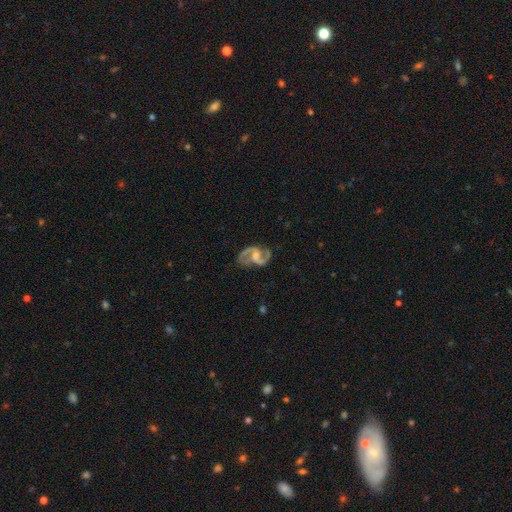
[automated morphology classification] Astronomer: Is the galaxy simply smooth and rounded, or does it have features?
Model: featured or disk — 91%.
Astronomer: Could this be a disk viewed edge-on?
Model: no — 98%.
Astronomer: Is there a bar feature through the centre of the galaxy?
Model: weak — 49% (runner-up: no, 35%).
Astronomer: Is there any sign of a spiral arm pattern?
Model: yes — 98%.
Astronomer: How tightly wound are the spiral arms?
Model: medium — 58%.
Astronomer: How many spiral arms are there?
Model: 2 — 94%.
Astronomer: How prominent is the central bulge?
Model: moderate — 47% (runner-up: small, 37%).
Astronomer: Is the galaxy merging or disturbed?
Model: none — 76%.